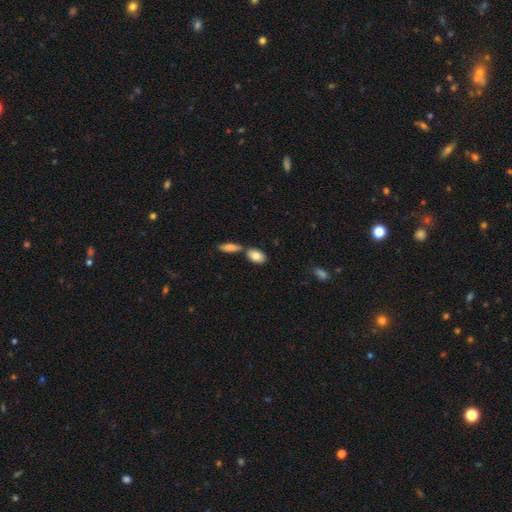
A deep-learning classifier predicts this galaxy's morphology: This appears to be a smooth galaxy with no disk features (84%) that is in between round and cigar-shaped (90%). Merging: none (63%).